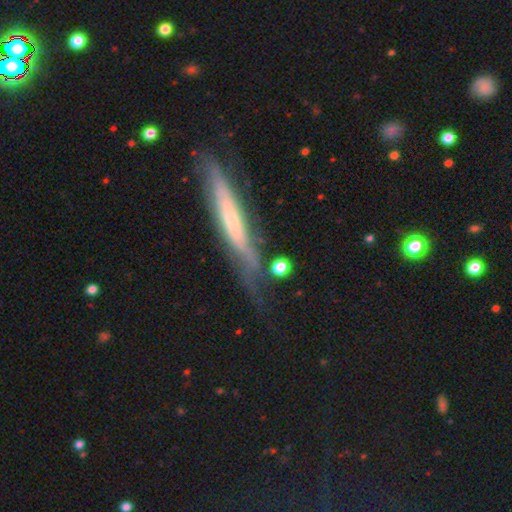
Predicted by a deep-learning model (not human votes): Smooth or featured? Predicted: featured or disk (p=0.66). Edge-on disk? Predicted: yes (p=0.75). Edge-on bulge? Predicted: none (p=0.54). Merging? Predicted: none (p=0.66).